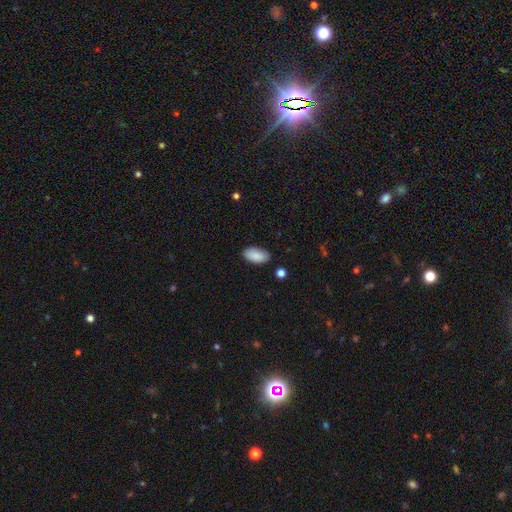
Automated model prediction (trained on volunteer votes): This appears to be a smooth galaxy with no disk features (88%) that is in between round and cigar-shaped (94%). Merging: none (84%).